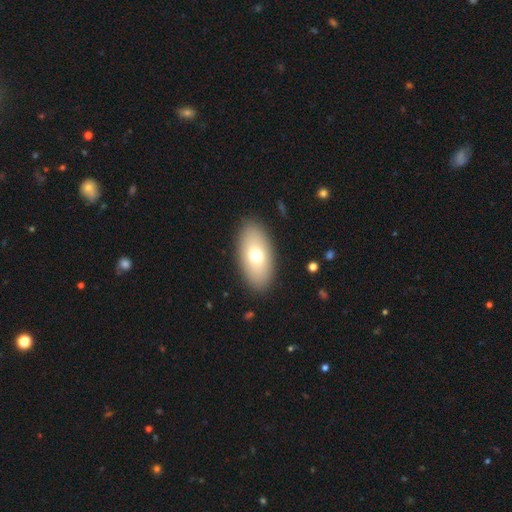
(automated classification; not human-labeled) Overall: smooth (71%). How rounded: in between (92%). Merging: none (88%).